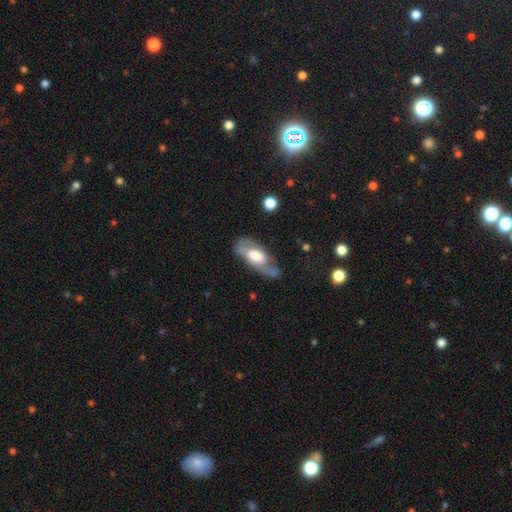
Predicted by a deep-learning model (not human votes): A featured or disk galaxy (58%). Merging: none (56%).